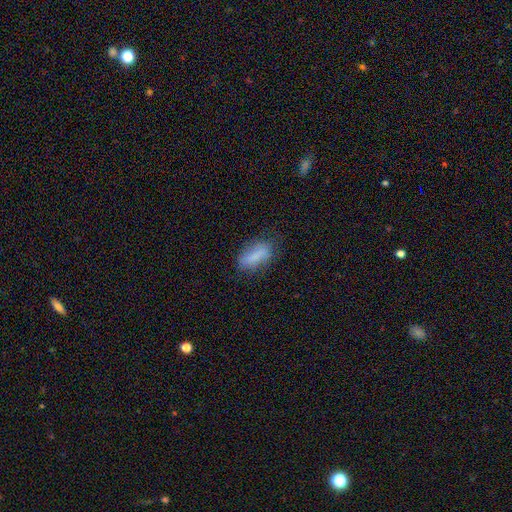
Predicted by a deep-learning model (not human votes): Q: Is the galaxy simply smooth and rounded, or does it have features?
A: smooth — 77%.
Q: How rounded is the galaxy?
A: in between — 75%.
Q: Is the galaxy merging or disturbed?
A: none — 70%.